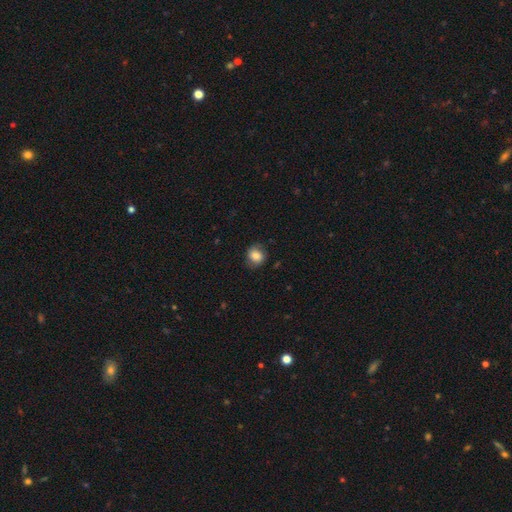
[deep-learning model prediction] Smooth or featured: smooth — 78% (featured or disk — 13%)
How rounded: round — 75% (in between — 24%)
Merging: none — 77% (minor disturbance — 17%)